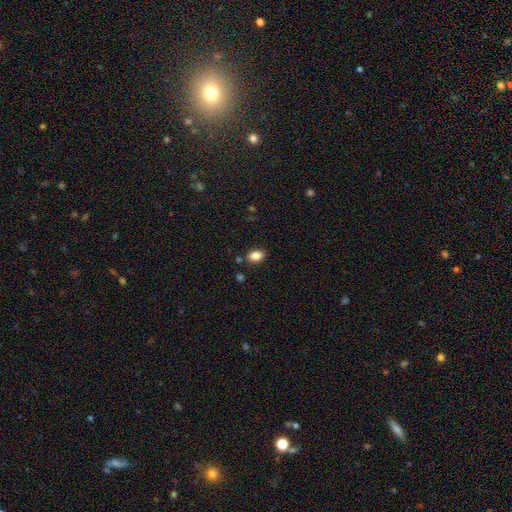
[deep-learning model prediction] Smooth or featured: smooth — 85% (star or artifact — 10%)
How rounded: in between — 77% (round — 21%)
Merging: none — 83% (minor disturbance — 11%)